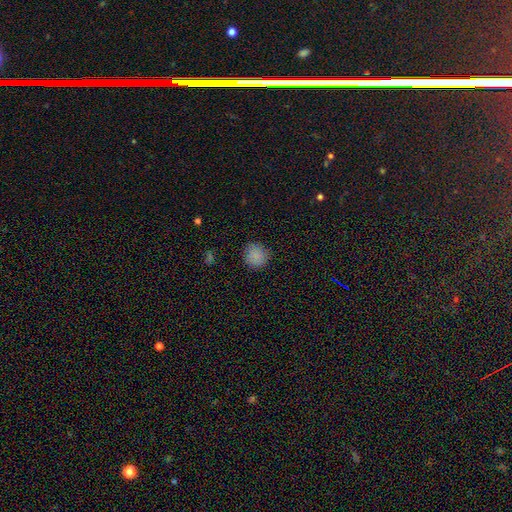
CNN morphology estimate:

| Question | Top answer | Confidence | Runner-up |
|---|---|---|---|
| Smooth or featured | smooth | 85% | star or artifact (11%) |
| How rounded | round | 88% | in between (11%) |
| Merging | none | 87% | minor disturbance (10%) |